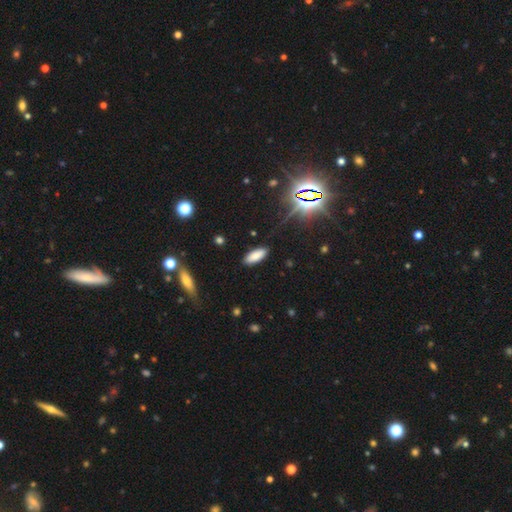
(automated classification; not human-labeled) Smooth or featured?
  - smooth: 82% *
  - star or artifact: 11%
  - featured or disk: 7%
How rounded?
  - in between: 77% *
  - cigar-shaped: 21%
  - round: 2%
Merging?
  - none: 89% *
  - minor disturbance: 8%
  - major disturbance: 2%
  - merger: 1%